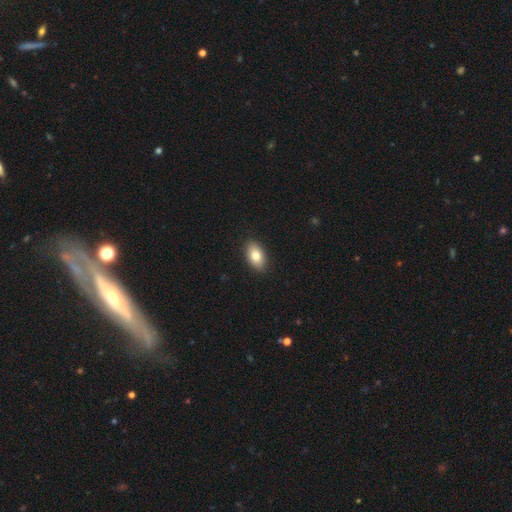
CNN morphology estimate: smooth 81%, featured or disk 11%, star or artifact 7%. Down the decision tree: how rounded — in between (92%); merging — none (89%).